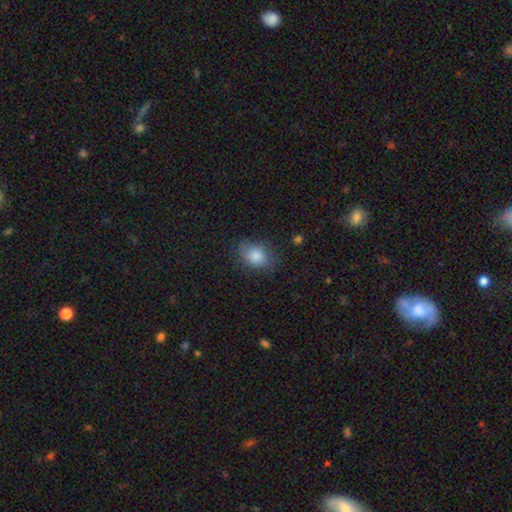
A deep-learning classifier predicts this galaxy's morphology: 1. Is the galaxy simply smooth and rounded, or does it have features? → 82% smooth, 9% featured or disk, 9% star or artifact.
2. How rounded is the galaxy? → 68% in between, 30% round, 1% cigar-shaped.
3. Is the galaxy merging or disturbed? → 70% none, 22% minor disturbance, 6% major disturbance, 1% merger.